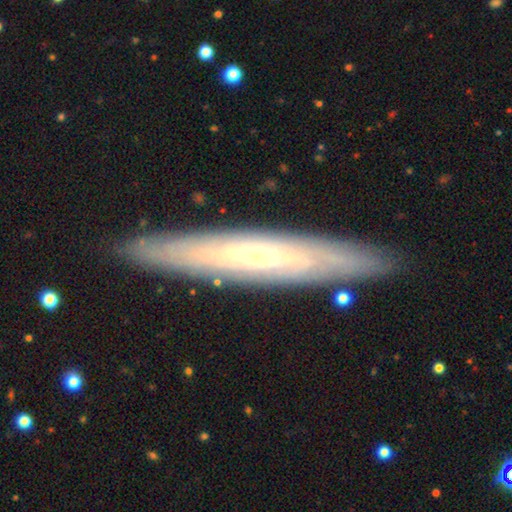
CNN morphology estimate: Q: Smooth or featured?
A: featured or disk (65%); runner-up: smooth (28%)
Q: Edge-on disk?
A: yes (72%); runner-up: no (28%)
Q: Merging?
A: none (87%); runner-up: minor disturbance (9%)